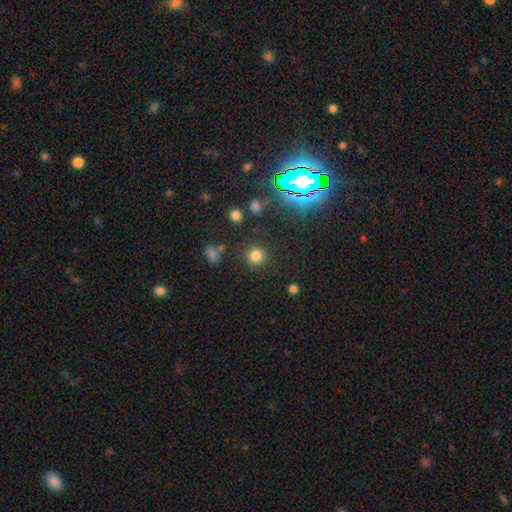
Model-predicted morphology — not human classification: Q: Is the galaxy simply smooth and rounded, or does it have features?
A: smooth — 77%.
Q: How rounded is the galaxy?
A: round — 91%.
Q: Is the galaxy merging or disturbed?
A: none — 86%.